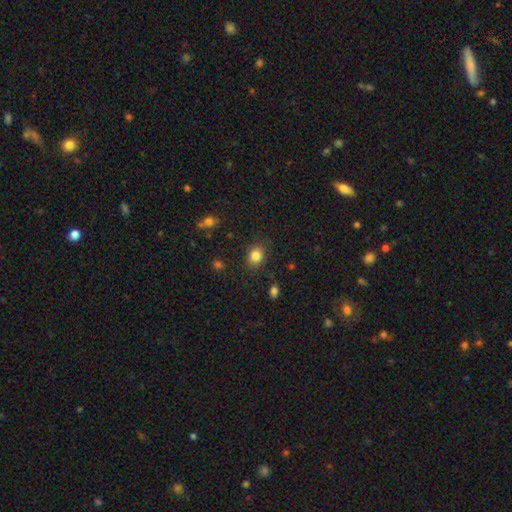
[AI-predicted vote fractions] A smooth galaxy with no disk features (84%) that is round (58%).

Vote fractions:
- Smooth or featured? smooth: 84% / star or artifact: 11% / featured or disk: 5%
- How rounded? round: 58% / in between: 41% / cigar-shaped: 1%
- Merging? none: 86% / minor disturbance: 10% / major disturbance: 3% / merger: 2%